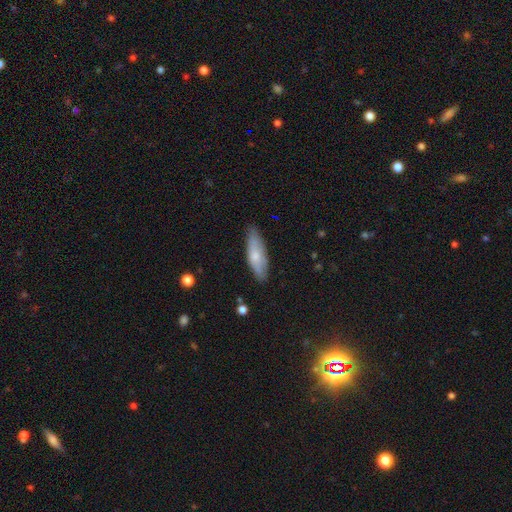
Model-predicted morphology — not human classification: Q: Smooth or featured?
A: smooth (66%); runner-up: featured or disk (28%)
Q: How rounded?
A: in between (52%); runner-up: cigar-shaped (46%)
Q: Merging?
A: none (78%); runner-up: minor disturbance (17%)